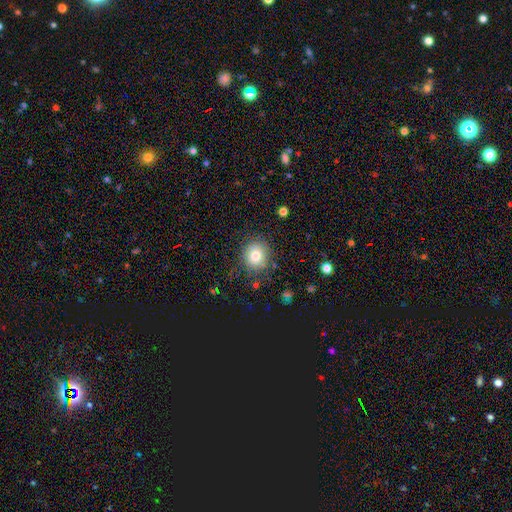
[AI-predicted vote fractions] smooth_or_featured: smooth (p=0.80) [alt: star or artifact p=0.11]
how_rounded: round (p=0.84) [alt: in between p=0.15]
merging: none (p=0.82) [alt: minor disturbance p=0.12]